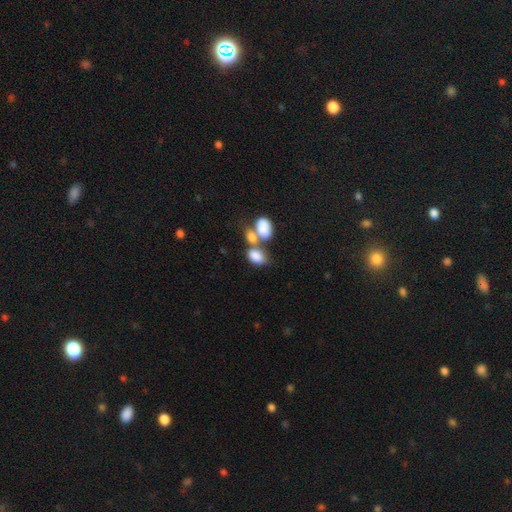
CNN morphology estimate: type=smooth (79%); roundness=in between (88%); merging=merger (64%).